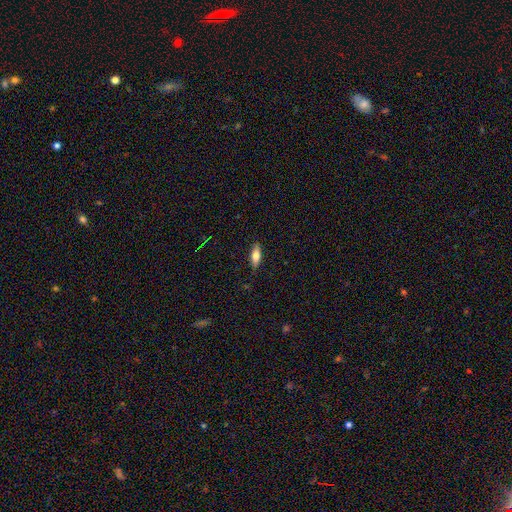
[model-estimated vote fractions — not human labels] Smooth or featured: smooth — 66% (featured or disk — 27%)
How rounded: in between — 65% (cigar-shaped — 32%)
Merging: none — 86% (minor disturbance — 11%)